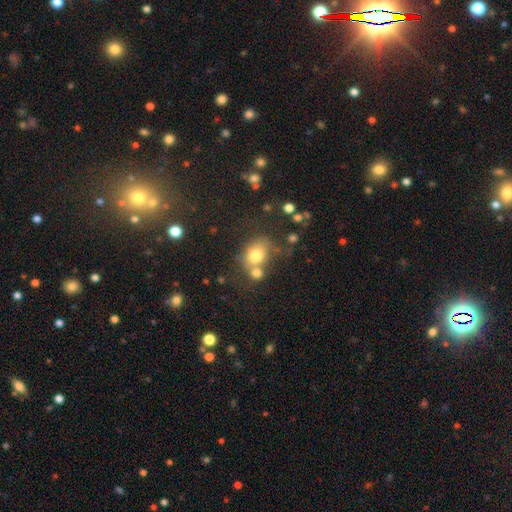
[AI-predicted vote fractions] This is likely a smooth galaxy (74%). How rounded: possibly in between (51%). Merging: marginally merger (39%).